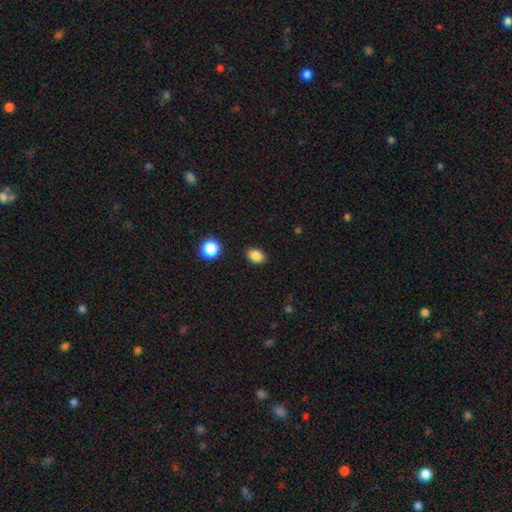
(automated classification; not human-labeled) A smooth galaxy with no disk features (85%) that is in between round and cigar-shaped (74%).

Vote fractions:
- Smooth or featured? smooth: 85% / star or artifact: 10% / featured or disk: 5%
- How rounded? in between: 74% / round: 25% / cigar-shaped: 1%
- Merging? none: 87% / minor disturbance: 9% / major disturbance: 2% / merger: 2%